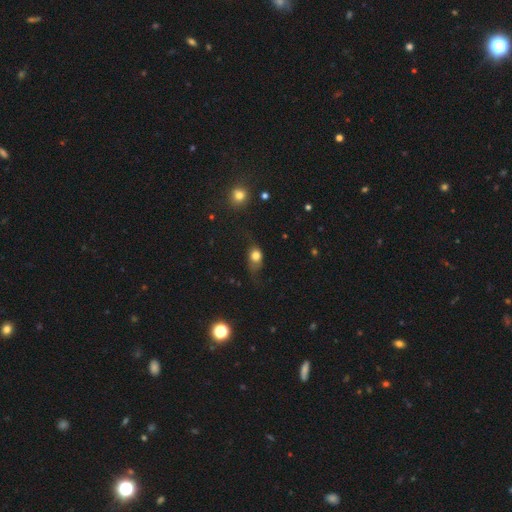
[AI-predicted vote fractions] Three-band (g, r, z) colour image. It shows a smooth galaxy with no disk features (71%) that is in between round and cigar-shaped (59%). Merging: none (41%).